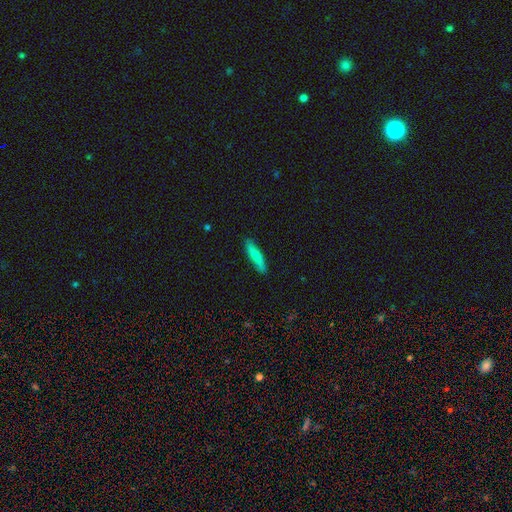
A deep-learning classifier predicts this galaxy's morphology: This appears to be a smooth galaxy with no disk features (78%) that is cigar-shaped (84%). Merging: none (87%).